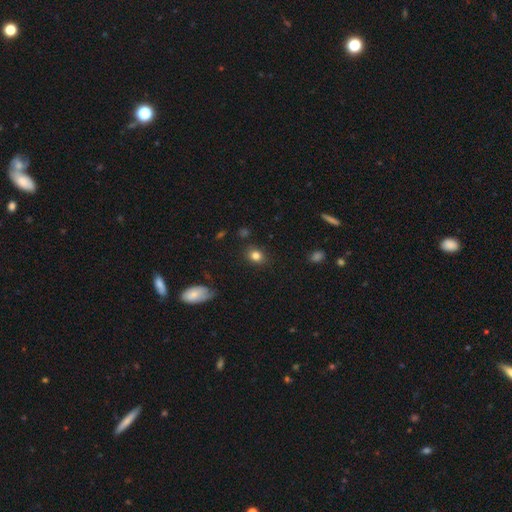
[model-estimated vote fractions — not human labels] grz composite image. It shows a smooth galaxy with no disk features (82%) that is round (52%). Merging: none (84%).